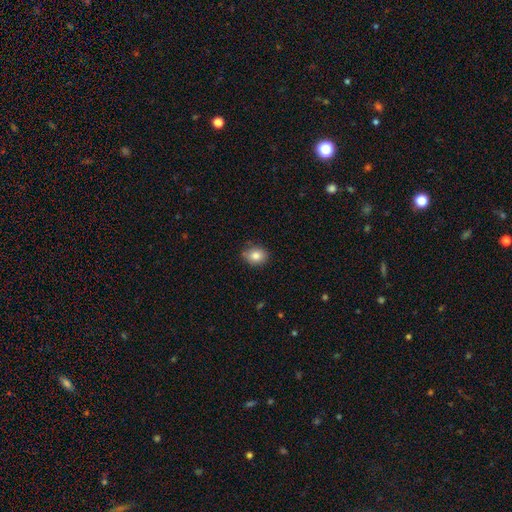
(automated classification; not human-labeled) A smooth galaxy with no disk features (83%) that is in between round and cigar-shaped (50%). Merging: none (76%).